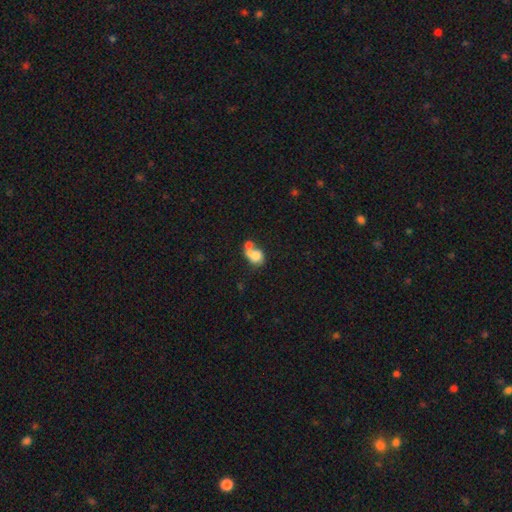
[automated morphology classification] Smooth or featured: smooth — 70% (featured or disk — 20%)
How rounded: round — 51% (in between — 48%)
Merging: merger — 61% (none — 21%)